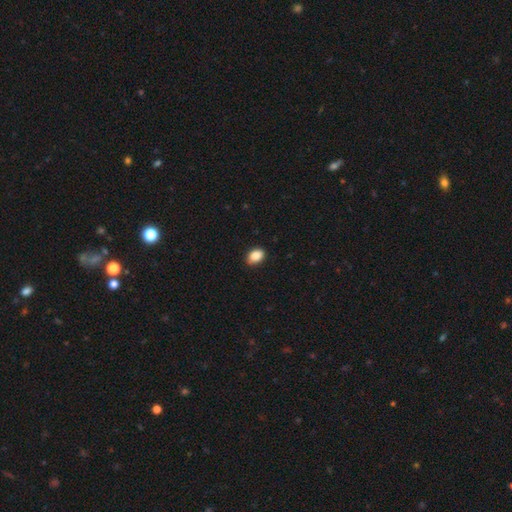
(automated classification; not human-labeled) This appears to be a smooth galaxy with no disk features (89%) that is in between round and cigar-shaped (81%). Merging: none (87%).